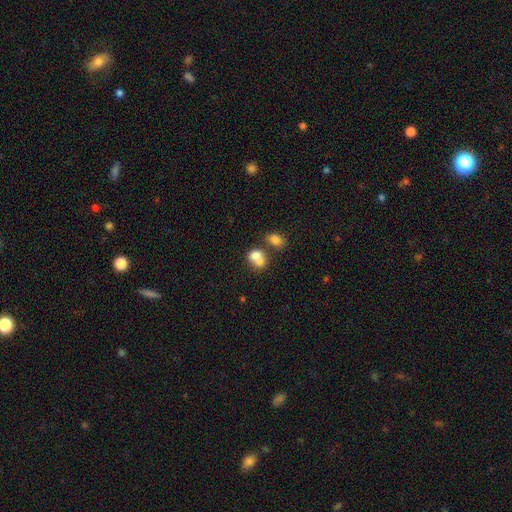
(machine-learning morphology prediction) Overall: smooth (74%). How rounded: in between (55%; round 44%). Merging: merger (64%).